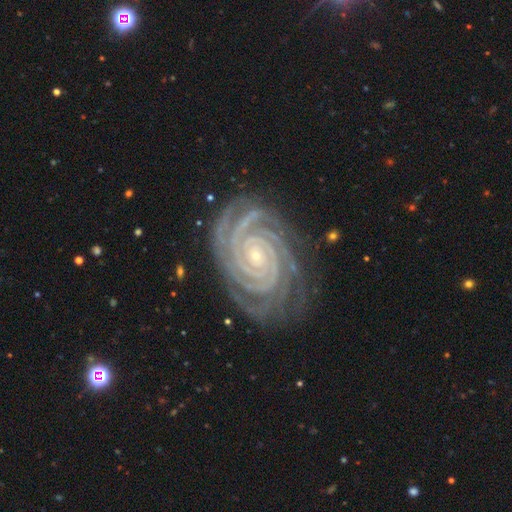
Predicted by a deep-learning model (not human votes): Smooth or featured? featured or disk (93%)
Edge-on disk? no (98%)
Bar? no (65%)
Spiral arms? yes (99%)
Spiral winding? tight (90%)
Spiral arm count? 4 (24%, tied with 3)
Bulge size? small (82%)
Merging? none (82%)